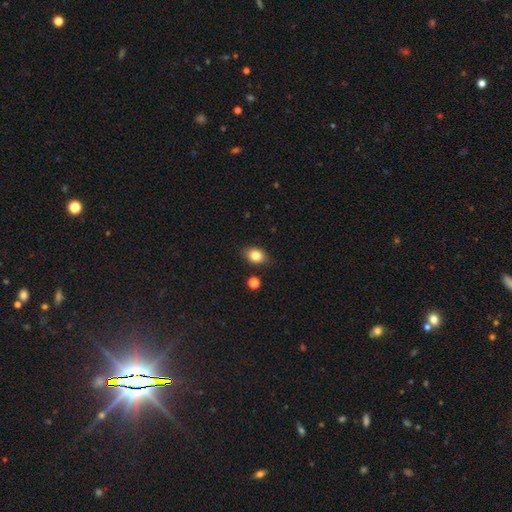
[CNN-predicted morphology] Smooth or featured? Predicted: smooth (p=0.82). How rounded? Predicted: in between (p=0.70). Merging? Predicted: none (p=0.82).